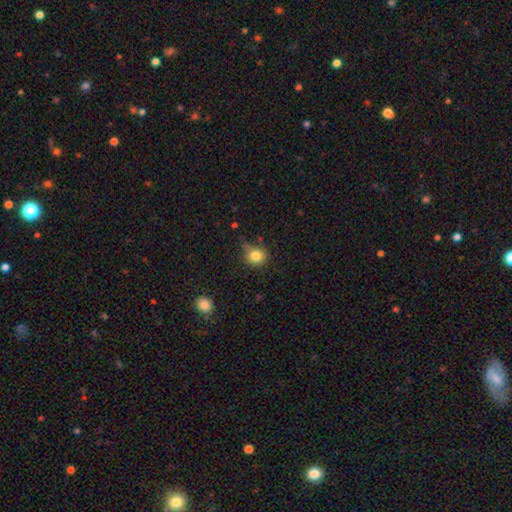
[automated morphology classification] smooth-or-featured: smooth: 83% | star or artifact: 11% | featured or disk: 6%
  how-rounded: round: 85% | in between: 14% | cigar-shaped: 1%
  merging: none: 69% | minor disturbance: 22% | major disturbance: 5% | merger: 4%